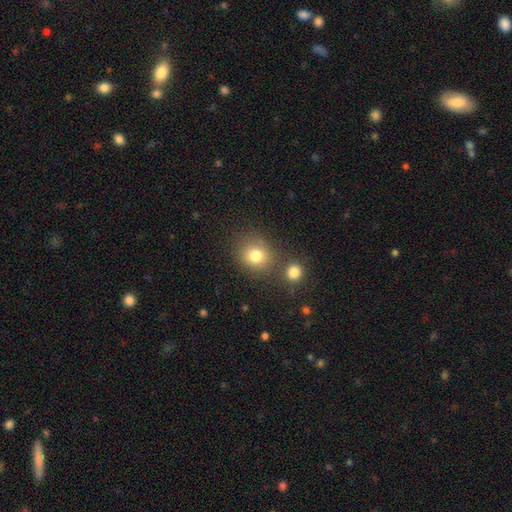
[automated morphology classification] This is likely a smooth galaxy (79%). How rounded: likely round (77%). Merging: likely none (70%).